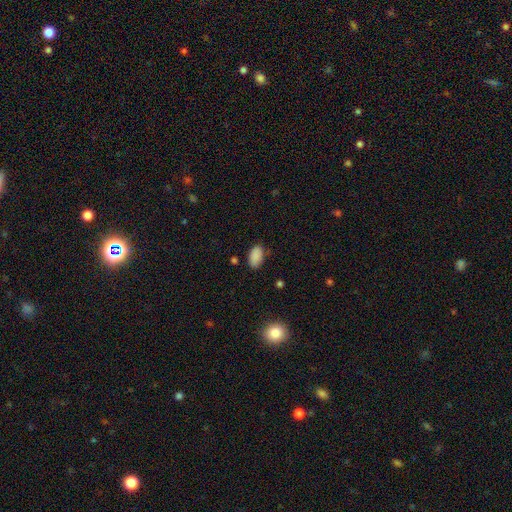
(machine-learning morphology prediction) type=smooth (87%); roundness=in between (93%); merging=none (77%).